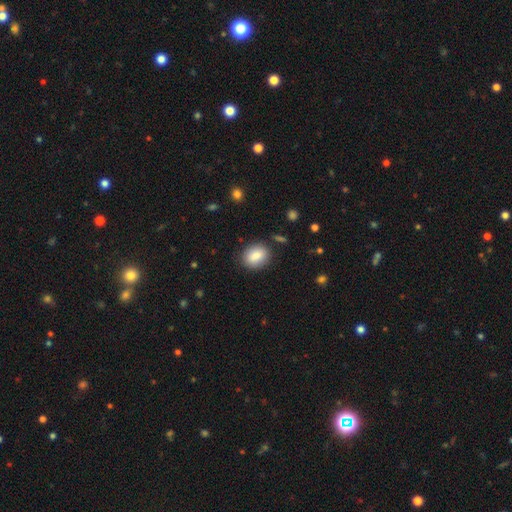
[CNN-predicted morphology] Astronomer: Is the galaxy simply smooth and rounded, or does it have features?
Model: smooth — 85%.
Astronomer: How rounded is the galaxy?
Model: in between — 50% (runner-up: round, 49%).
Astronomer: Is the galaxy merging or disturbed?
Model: none — 86%.